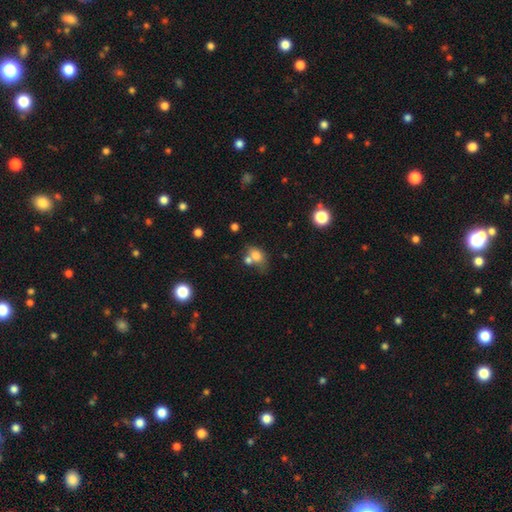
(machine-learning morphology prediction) smooth-or-featured: smooth: 75% | featured or disk: 13% | star or artifact: 12%
  how-rounded: in between: 67% | round: 32% | cigar-shaped: 2%
  merging: merger: 40% | none: 38% | minor disturbance: 15% | major disturbance: 7%